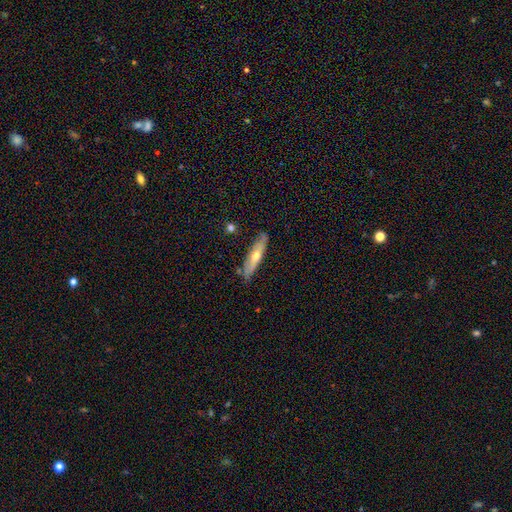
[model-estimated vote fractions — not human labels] featured or disk 49%, smooth 45%, star or artifact 6%. Down the decision tree: merging — none (78%).